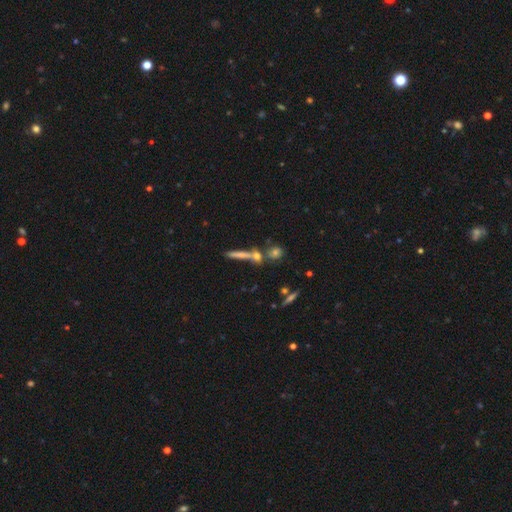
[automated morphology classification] A smooth galaxy with no disk features (48%). Merging: none (65%).